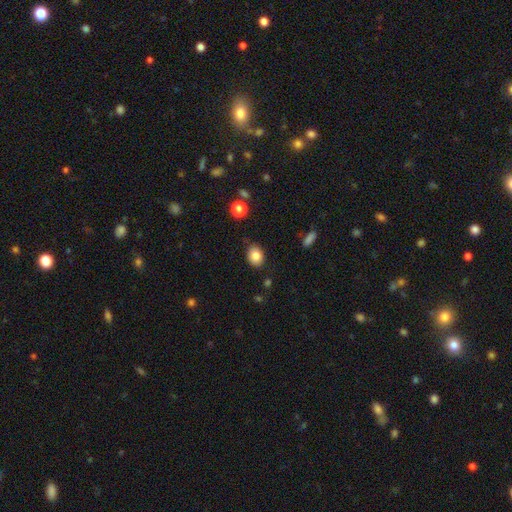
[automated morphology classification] Overall: smooth (83%). How rounded: in between (57%; round 42%). Merging: none (81%).